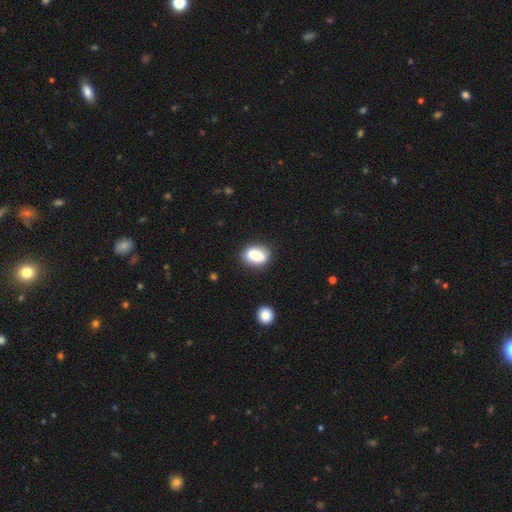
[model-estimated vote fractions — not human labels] This is clearly a smooth galaxy (81%). How rounded: likely in between (76%). Merging: likely none (78%).